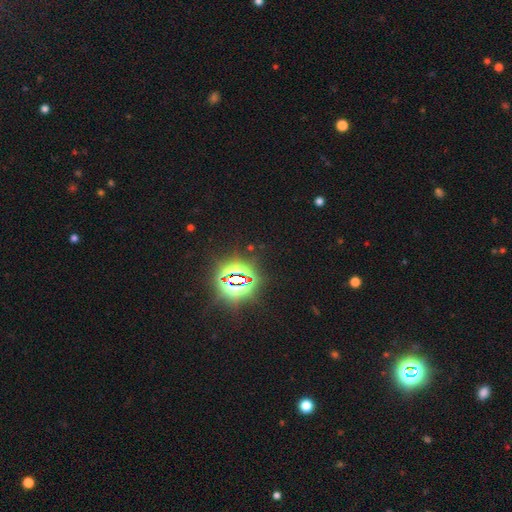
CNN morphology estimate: A star or artifact, not a galaxy (82%).

Vote fractions:
- Smooth or featured? star or artifact: 82% / smooth: 11% / featured or disk: 7%